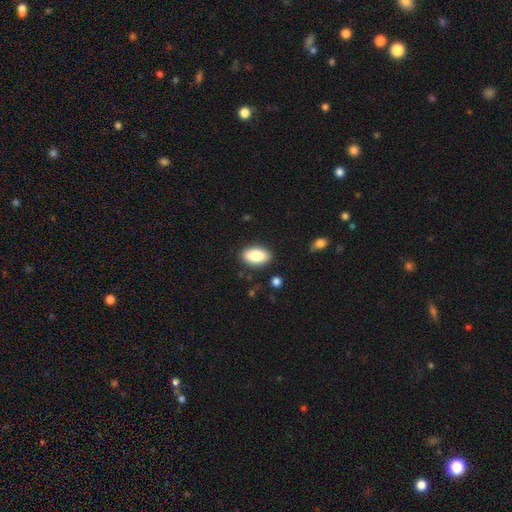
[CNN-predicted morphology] A smooth galaxy with no disk features (82%) that is in between round and cigar-shaped (91%). Merging: none (87%).